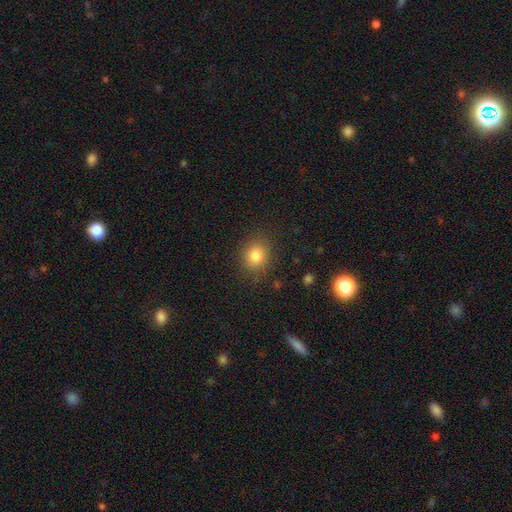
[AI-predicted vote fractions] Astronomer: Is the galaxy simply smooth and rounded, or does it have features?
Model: smooth — 83%.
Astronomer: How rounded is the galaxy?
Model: round — 63%.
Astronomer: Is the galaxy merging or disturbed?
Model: none — 84%.